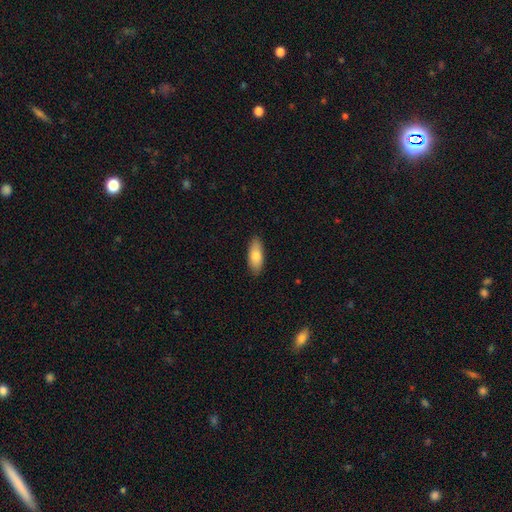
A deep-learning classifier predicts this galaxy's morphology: smooth-or-featured: smooth: 81% | featured or disk: 14% | star or artifact: 6%
  how-rounded: in between: 79% | cigar-shaped: 19% | round: 2%
  merging: none: 88% | minor disturbance: 9% | major disturbance: 2% | merger: 1%